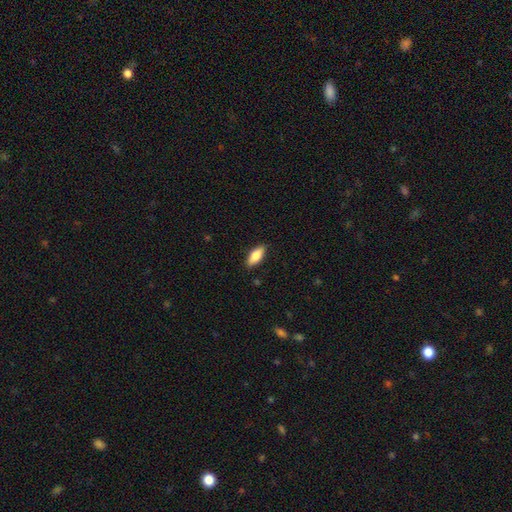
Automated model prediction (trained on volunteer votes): The model was most divided on "how rounded": in between: 77%, cigar-shaped: 20%, round: 2%. More confident: merging — none (86%); smooth or featured — smooth (78%).